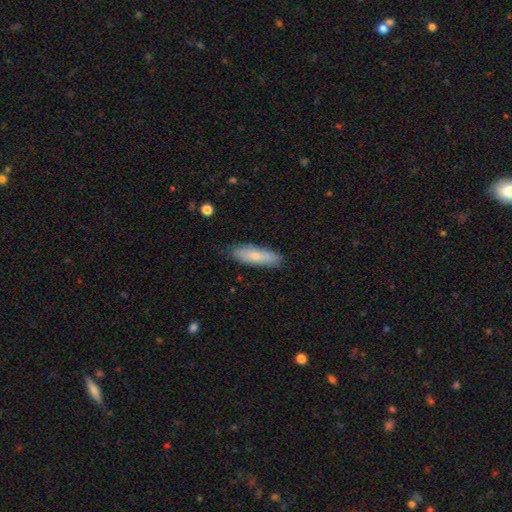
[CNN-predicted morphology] This appears to be a smooth galaxy with no disk features (69%) that is cigar-shaped (55%). Merging: none (83%).